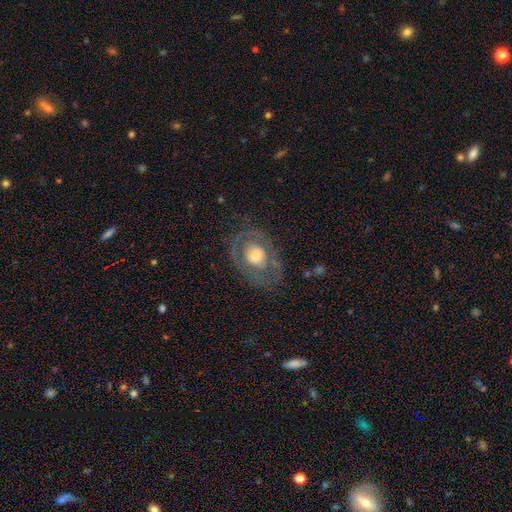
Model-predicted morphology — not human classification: A featured or disk galaxy (57%) with no bar (82%), no spiral arms (69%) and a moderate central bulge (56%).

Vote fractions:
- Smooth or featured? featured or disk: 57% / smooth: 37% / star or artifact: 7%
- Edge-on disk? no: 94% / yes: 6%
- Bar? no: 82% / weak: 14% / strong: 4%
- Spiral arms? no: 69% / yes: 31%
- Bulge size? moderate: 56% / large: 23% / small: 17% / dominant: 2% / none: 2%
- Merging? none: 70% / minor disturbance: 17% / major disturbance: 12% / merger: 1%